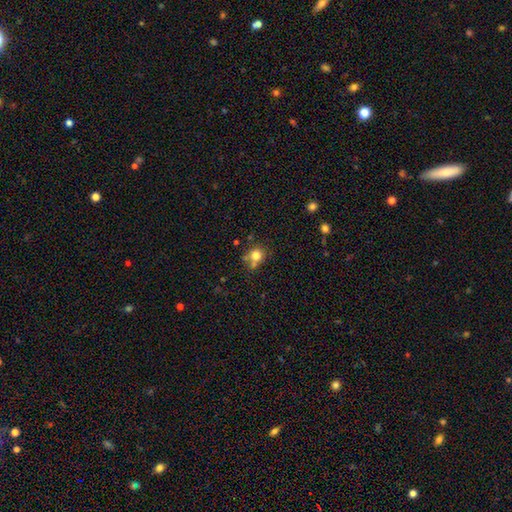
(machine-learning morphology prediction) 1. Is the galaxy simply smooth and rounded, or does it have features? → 77% smooth, 13% star or artifact, 10% featured or disk.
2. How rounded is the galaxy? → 84% round, 15% in between, 1% cigar-shaped.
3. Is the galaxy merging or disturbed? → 57% none, 24% merger, 14% minor disturbance, 5% major disturbance.